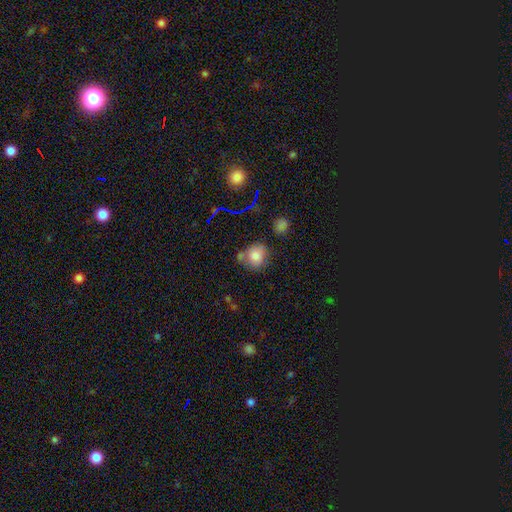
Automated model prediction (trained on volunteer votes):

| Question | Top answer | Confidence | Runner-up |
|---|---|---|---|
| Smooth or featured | smooth | 78% | star or artifact (13%) |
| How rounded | round | 75% | in between (24%) |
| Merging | none | 58% | minor disturbance (21%) |